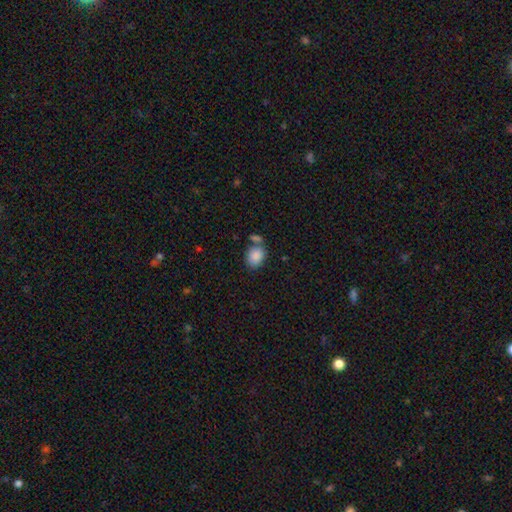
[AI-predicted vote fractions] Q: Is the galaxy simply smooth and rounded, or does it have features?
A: smooth — 86%.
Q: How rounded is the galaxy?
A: in between — 59%.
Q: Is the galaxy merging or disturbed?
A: none — 59%.